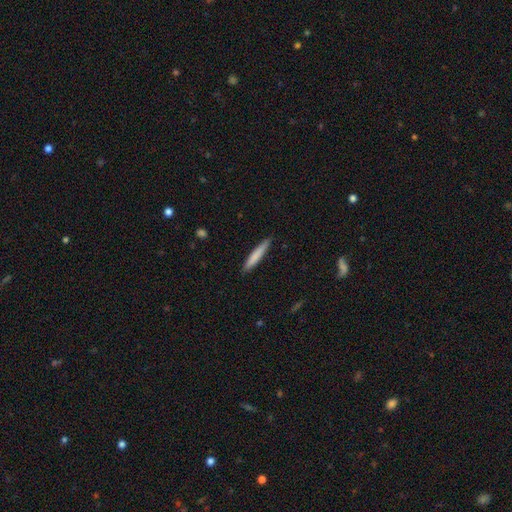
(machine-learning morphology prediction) Smooth or featured?
  - smooth: 77% *
  - featured or disk: 18%
  - star or artifact: 5%
How rounded?
  - cigar-shaped: 94% *
  - in between: 5%
  - round: 1%
Merging?
  - none: 88% *
  - minor disturbance: 9%
  - major disturbance: 2%
  - merger: 1%